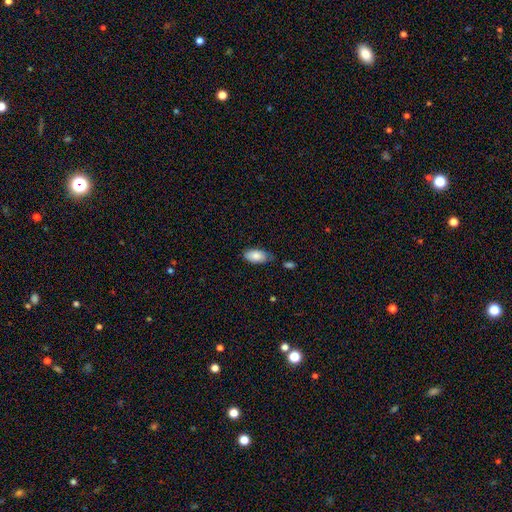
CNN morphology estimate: Smooth or featured: smooth — 84% (featured or disk — 9%)
How rounded: in between — 94% (cigar-shaped — 3%)
Merging: none — 67% (minor disturbance — 24%)